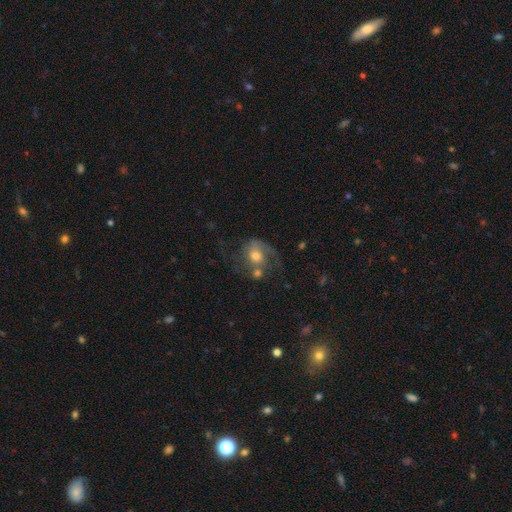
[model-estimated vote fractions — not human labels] This appears to be a featured or disk galaxy (59%) with no bar (68%), spiral arms (80%) and a moderate central bulge (65%). Merging: none (35%).